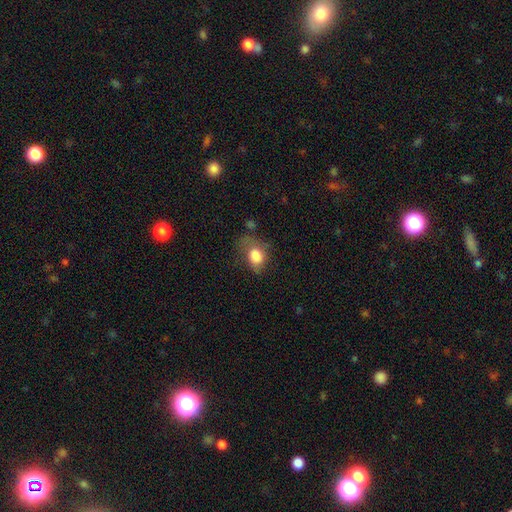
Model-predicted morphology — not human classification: This is likely a smooth galaxy (79%). How rounded: likely in between (65%). Merging: marginally none (33%).